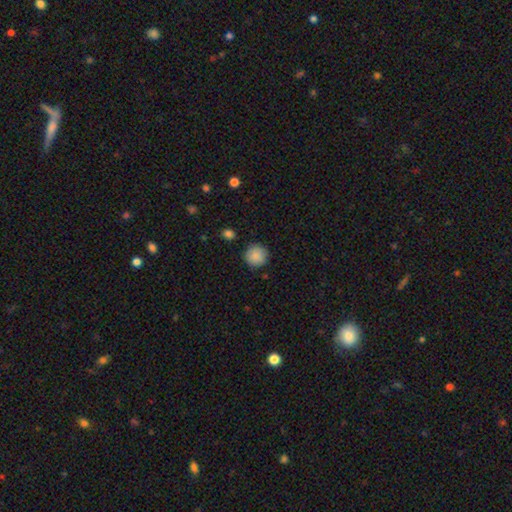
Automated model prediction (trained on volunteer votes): Smooth or featured?
  - smooth: 88% *
  - star or artifact: 8%
  - featured or disk: 4%
How rounded?
  - round: 95% *
  - in between: 4%
  - cigar-shaped: 1%
Merging?
  - none: 89% *
  - minor disturbance: 8%
  - major disturbance: 2%
  - merger: 1%